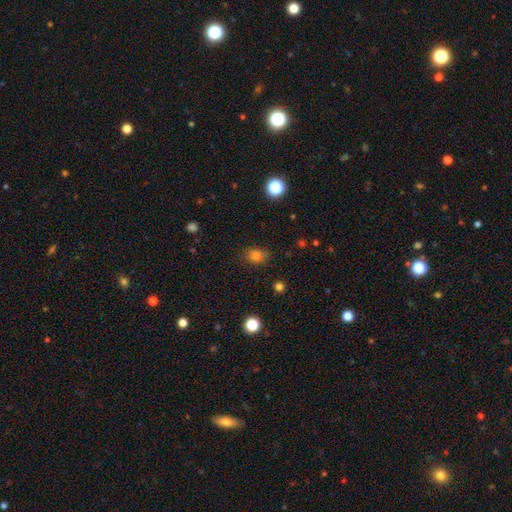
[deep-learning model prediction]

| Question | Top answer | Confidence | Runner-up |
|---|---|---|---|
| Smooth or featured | smooth | 76% | star or artifact (17%) |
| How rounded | in between | 67% | round (31%) |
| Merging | none | 71% | minor disturbance (20%) |